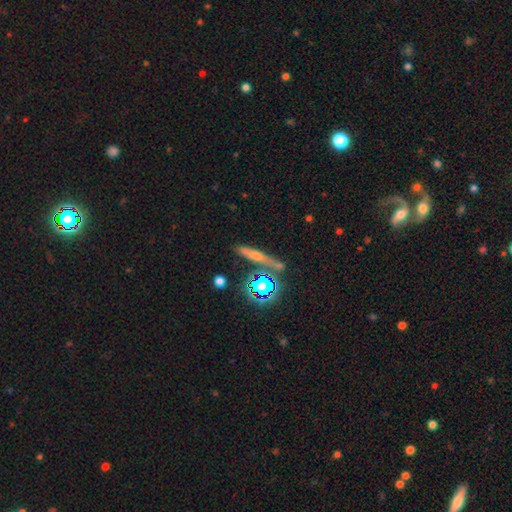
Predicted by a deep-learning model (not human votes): This appears to be a smooth galaxy with no disk features (49%). Merging: none (71%).